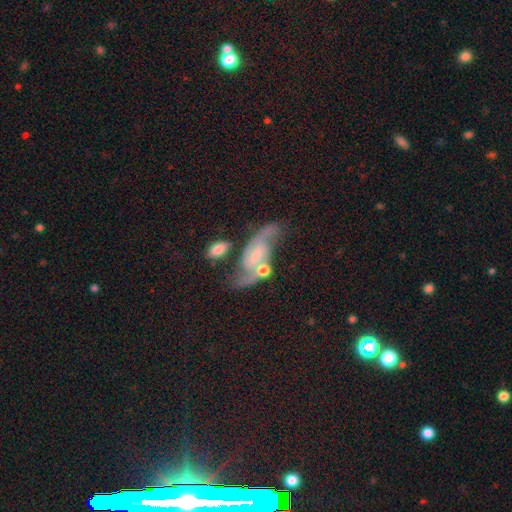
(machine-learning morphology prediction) Smooth or featured? featured or disk (81%)
Edge-on disk? no (94%)
Bar? weak (49%)
Spiral arms? yes (94%)
Spiral winding? loose (45%)
Spiral arm count? 2 (90%)
Bulge size? small (44%)
Merging? none (49%)